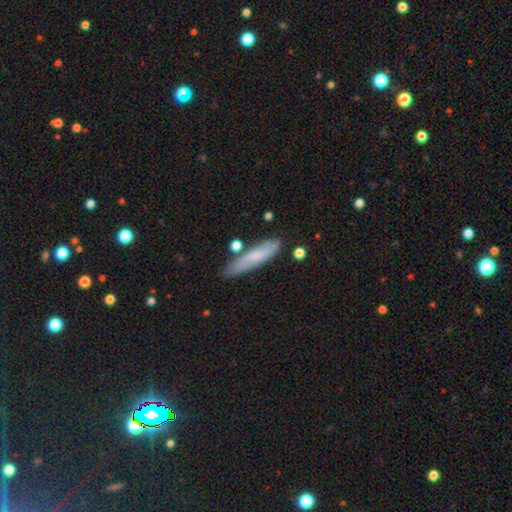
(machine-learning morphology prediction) Smooth or featured?
  - smooth: 66% *
  - featured or disk: 27%
  - star or artifact: 7%
How rounded?
  - cigar-shaped: 83% *
  - in between: 16%
  - round: 2%
Merging?
  - none: 76% *
  - minor disturbance: 16%
  - merger: 5%
  - major disturbance: 3%